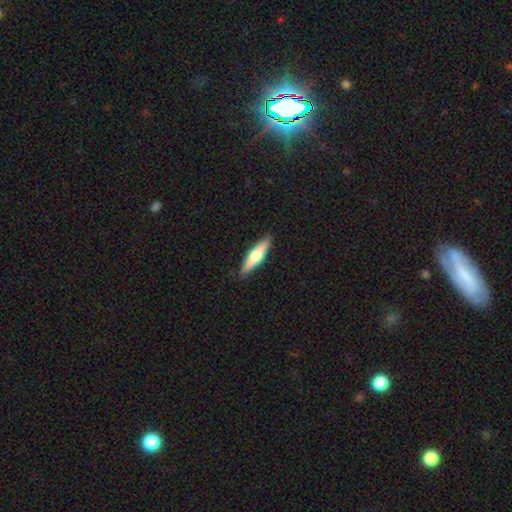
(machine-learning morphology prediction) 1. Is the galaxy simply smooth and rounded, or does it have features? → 50% smooth, 45% featured or disk, 5% star or artifact.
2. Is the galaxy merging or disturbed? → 90% none, 8% minor disturbance, 2% major disturbance, 1% merger.